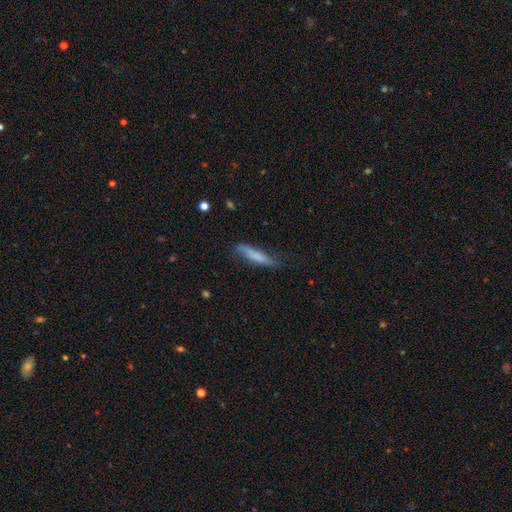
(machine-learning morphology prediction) Smooth or featured? Predicted: smooth (p=0.70). How rounded? Predicted: cigar-shaped (p=0.88). Merging? Predicted: none (p=0.64).